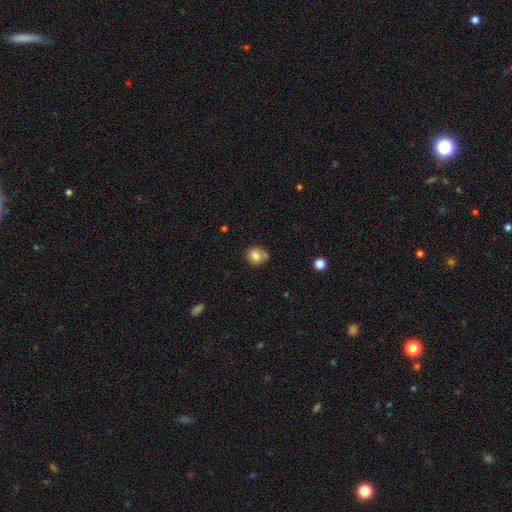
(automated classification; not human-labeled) Q: Smooth or featured?
A: smooth (78%); runner-up: featured or disk (12%)
Q: How rounded?
A: round (77%); runner-up: in between (22%)
Q: Merging?
A: none (57%); runner-up: minor disturbance (20%)